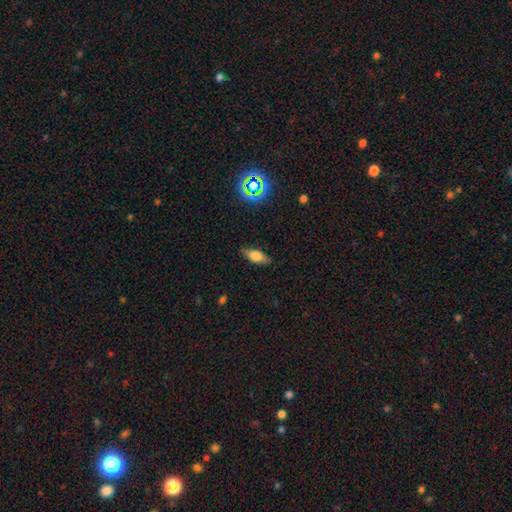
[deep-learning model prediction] smooth_or_featured: smooth (p=0.65) [alt: featured or disk p=0.25]
how_rounded: in between (p=0.73) [alt: cigar-shaped p=0.23]
merging: none (p=0.82) [alt: minor disturbance p=0.14]